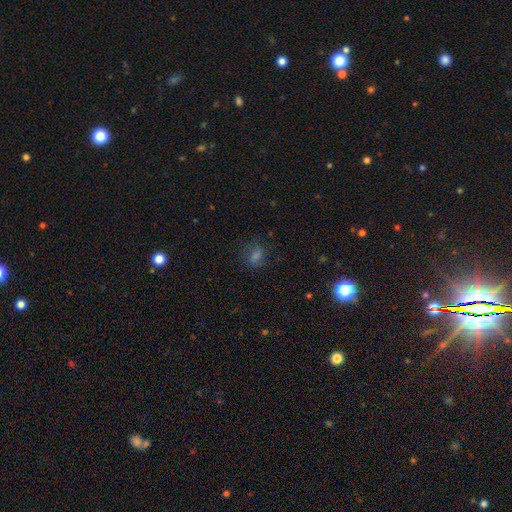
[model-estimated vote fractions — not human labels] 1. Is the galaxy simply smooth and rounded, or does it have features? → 58% smooth, 29% star or artifact, 14% featured or disk.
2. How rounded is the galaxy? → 56% in between, 38% round, 6% cigar-shaped.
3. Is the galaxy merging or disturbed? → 79% none, 14% minor disturbance, 6% major disturbance, 2% merger.